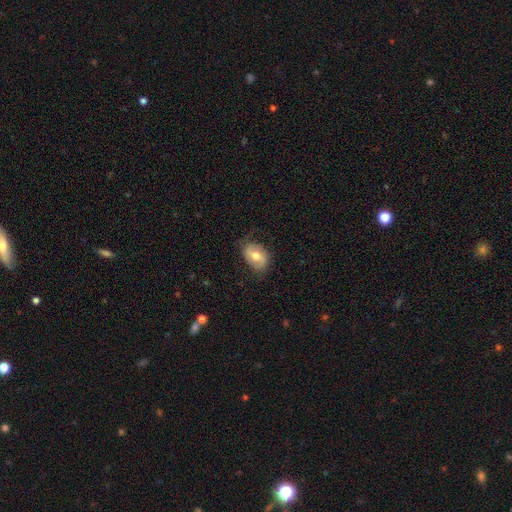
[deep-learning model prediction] smooth_or_featured: smooth (p=0.52) [alt: featured or disk p=0.41]
how_rounded: in between (p=0.80) [alt: round p=0.18]
merging: none (p=0.70) [alt: minor disturbance p=0.22]